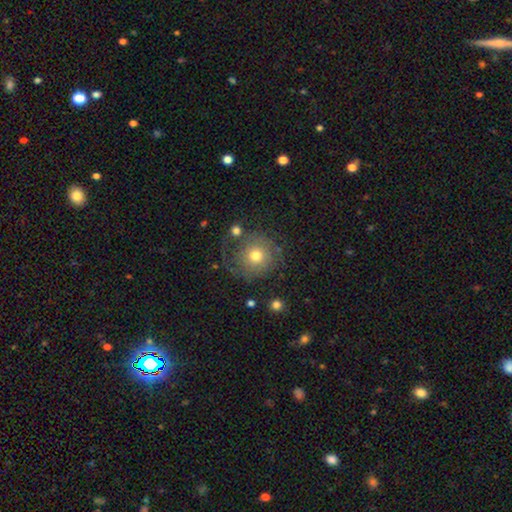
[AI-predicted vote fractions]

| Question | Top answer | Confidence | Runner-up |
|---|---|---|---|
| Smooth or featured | smooth | 53% | featured or disk (37%) |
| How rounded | round | 90% | in between (9%) |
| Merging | none | 61% | major disturbance (17%) |